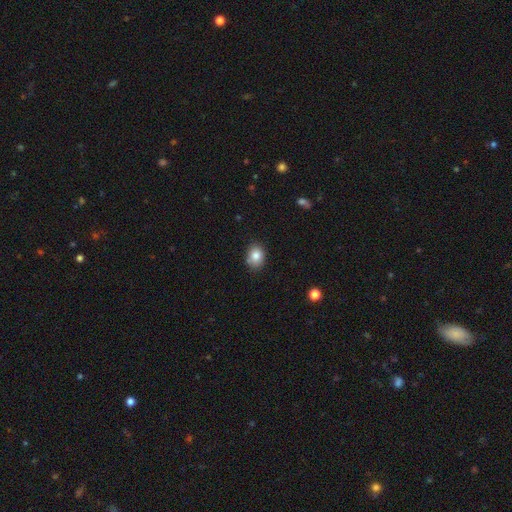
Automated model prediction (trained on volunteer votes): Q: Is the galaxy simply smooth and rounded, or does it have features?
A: smooth — 83%.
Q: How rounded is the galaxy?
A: in between — 60%.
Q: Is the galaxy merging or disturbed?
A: none — 79%.